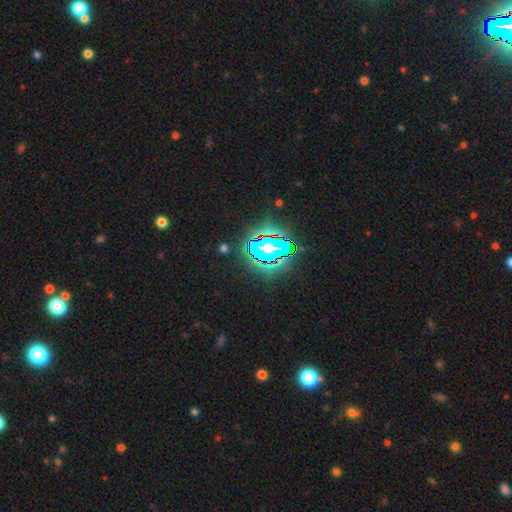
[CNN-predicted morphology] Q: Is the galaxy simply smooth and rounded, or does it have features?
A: star or artifact — 85%.